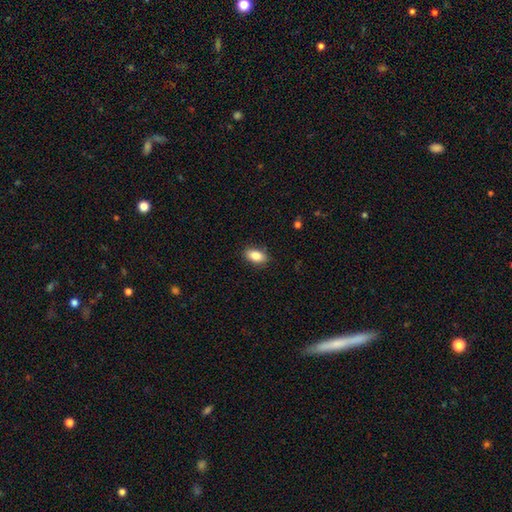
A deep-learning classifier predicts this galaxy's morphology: type=smooth (85%); roundness=in between (90%); merging=none (87%).